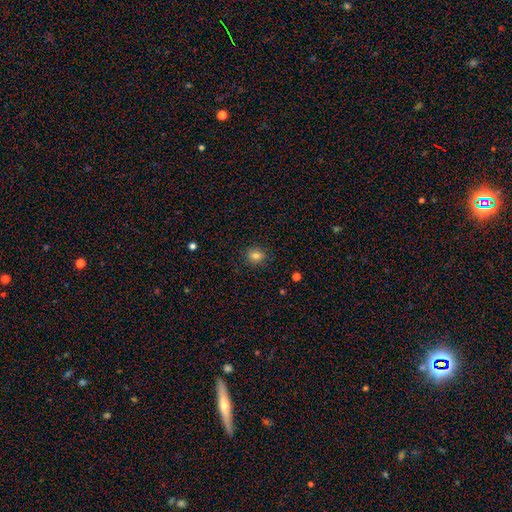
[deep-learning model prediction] A smooth galaxy with no disk features (81%) that is round (69%).

Vote fractions:
- Smooth or featured? smooth: 81% / star or artifact: 12% / featured or disk: 8%
- How rounded? round: 69% / in between: 30% / cigar-shaped: 1%
- Merging? none: 87% / minor disturbance: 10% / major disturbance: 2% / merger: 1%